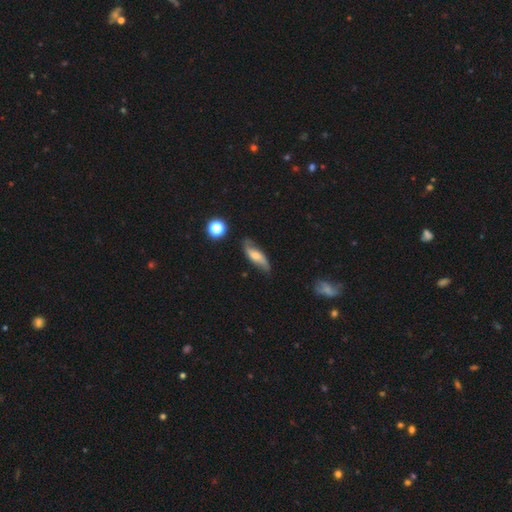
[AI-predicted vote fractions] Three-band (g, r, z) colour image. It shows a featured or disk galaxy (55%). Merging: none (71%).